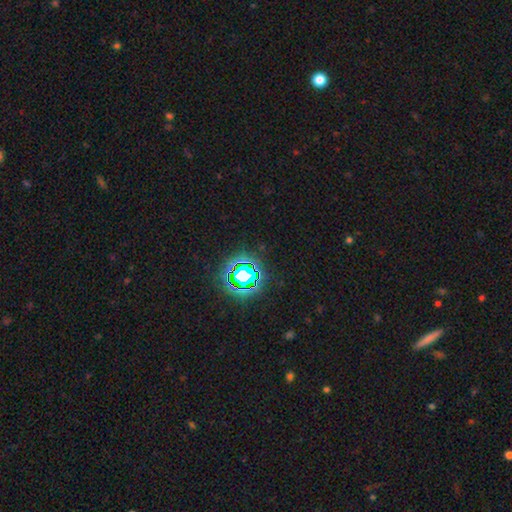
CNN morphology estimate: Smooth or featured? Predicted: star or artifact (p=0.78).